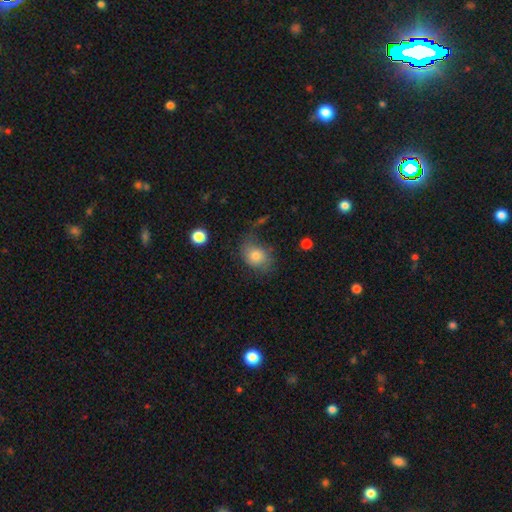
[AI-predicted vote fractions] Q: Smooth or featured?
A: smooth (76%); runner-up: featured or disk (14%)
Q: How rounded?
A: in between (56%); runner-up: round (43%)
Q: Merging?
A: none (55%); runner-up: minor disturbance (27%)